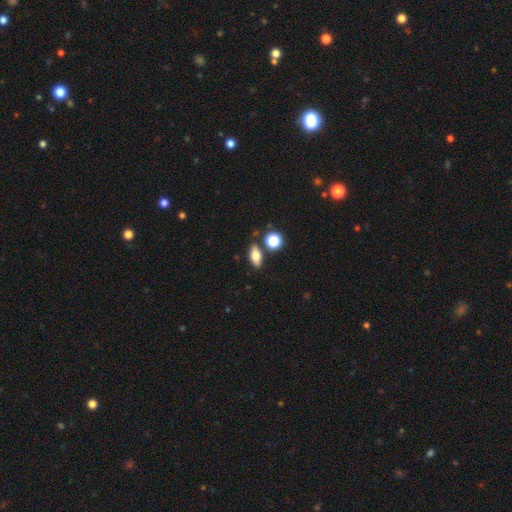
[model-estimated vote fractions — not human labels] Overall: smooth (73%). How rounded: in between (73%). Merging: none (80%).